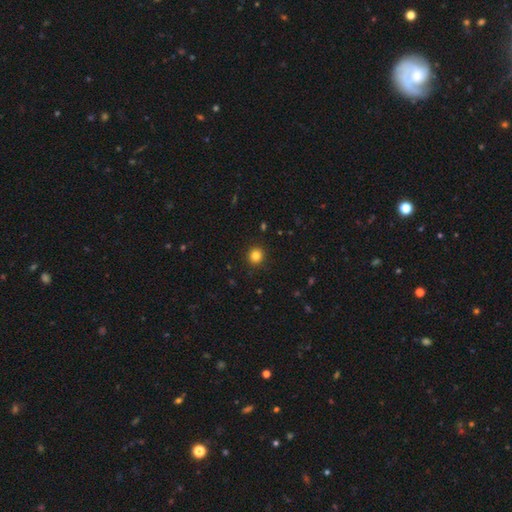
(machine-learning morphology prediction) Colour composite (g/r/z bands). It shows a smooth galaxy with no disk features (82%) that is round (92%). Merging: none (92%).